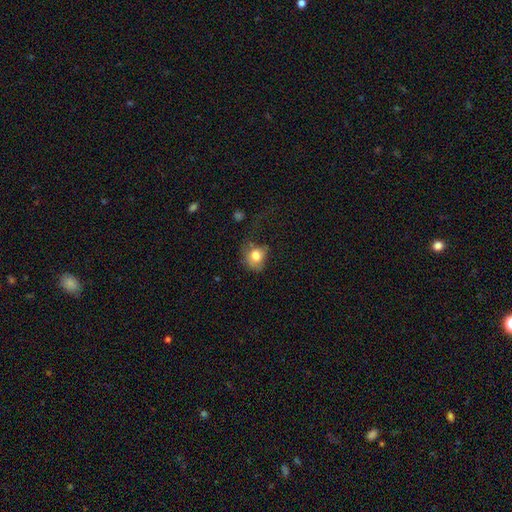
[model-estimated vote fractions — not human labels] Morphology: type=smooth (75%); roundness=round (61%); merging=none (37%).